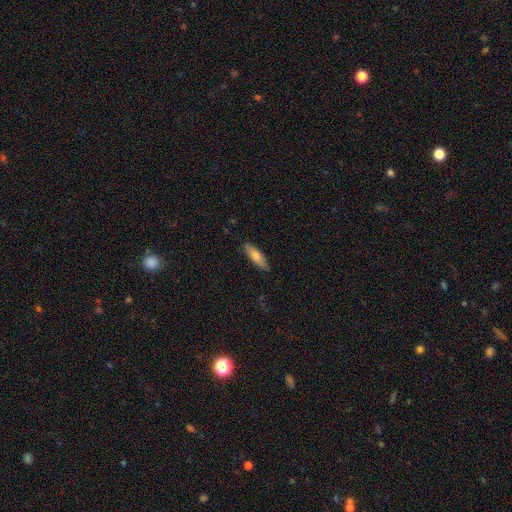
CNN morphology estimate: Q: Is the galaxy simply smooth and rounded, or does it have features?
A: smooth — 71%.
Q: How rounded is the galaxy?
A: cigar-shaped — 53%.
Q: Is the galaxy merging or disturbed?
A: none — 84%.